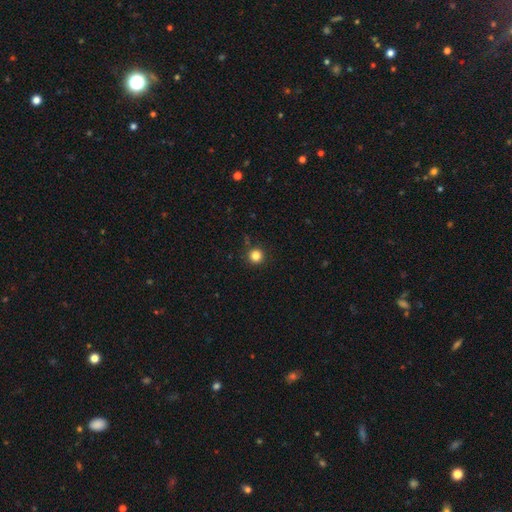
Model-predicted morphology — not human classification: This appears to be a smooth galaxy with no disk features (83%) that is round (96%). Merging: none (89%).